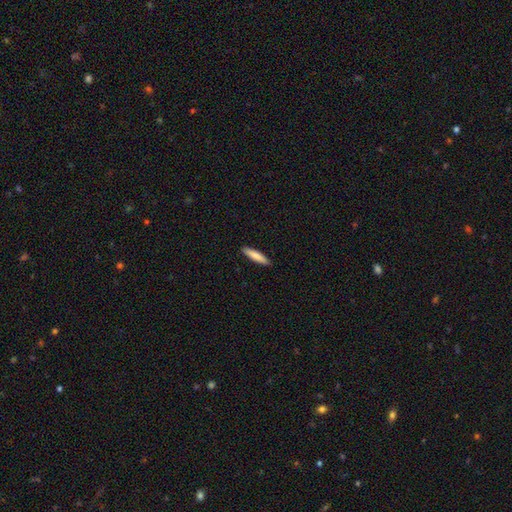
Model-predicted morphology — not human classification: type=smooth (81%); roundness=cigar-shaped (85%); merging=none (91%).